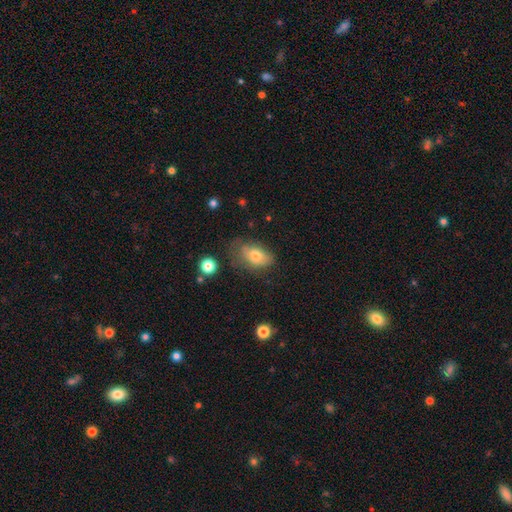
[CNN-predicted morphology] Q: Smooth or featured?
A: smooth (72%); runner-up: featured or disk (19%)
Q: How rounded?
A: in between (87%); runner-up: round (10%)
Q: Merging?
A: none (50%); runner-up: minor disturbance (32%)